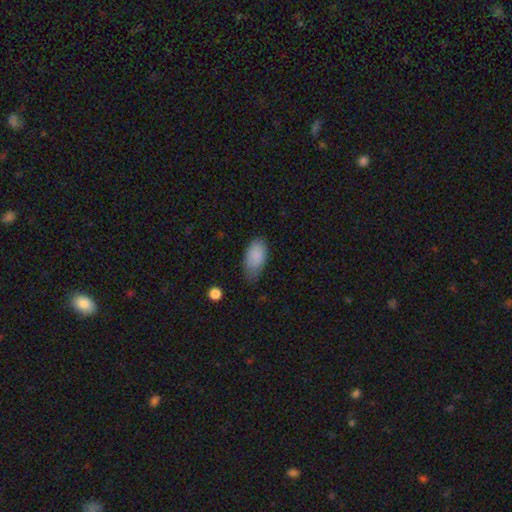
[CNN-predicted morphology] Smooth or featured: smooth — 87% (star or artifact — 7%)
How rounded: in between — 94% (round — 3%)
Merging: none — 59% (minor disturbance — 32%)